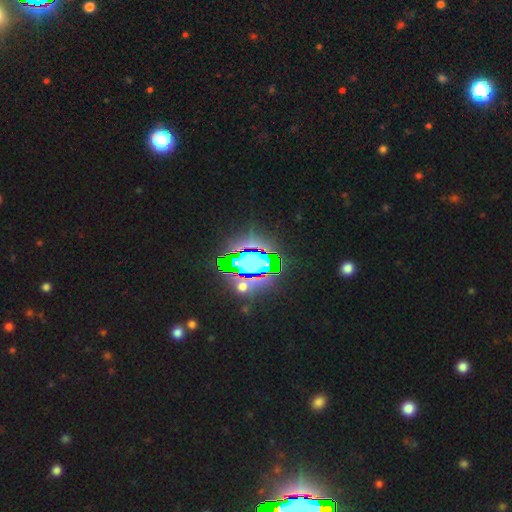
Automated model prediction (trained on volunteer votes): A star or artifact, not a galaxy (67%).